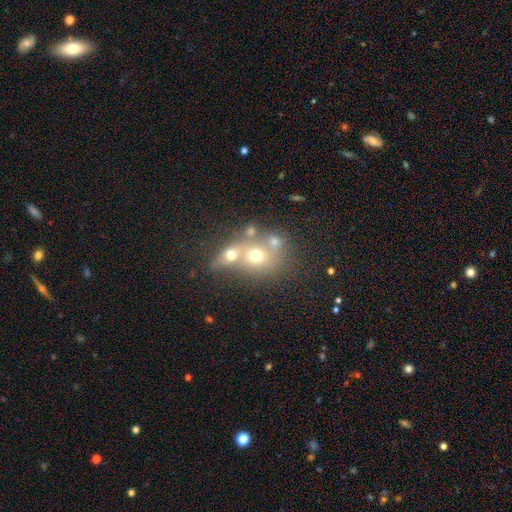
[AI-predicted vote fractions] This is possibly a smooth galaxy (55%). How rounded: likely round (68%). Merging: possibly merger (58%).